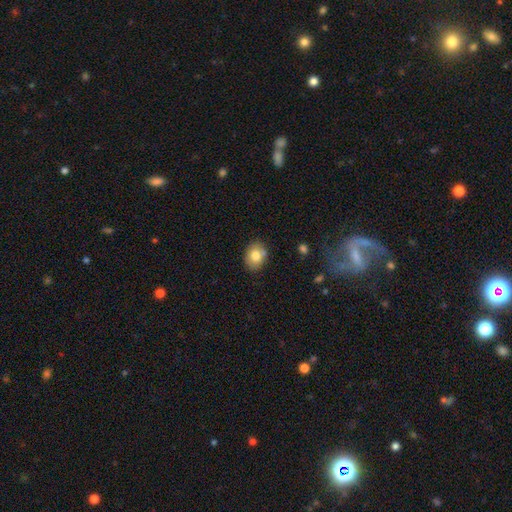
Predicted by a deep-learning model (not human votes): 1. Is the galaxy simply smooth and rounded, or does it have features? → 79% smooth, 12% featured or disk, 9% star or artifact.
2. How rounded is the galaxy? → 56% in between, 43% round, 1% cigar-shaped.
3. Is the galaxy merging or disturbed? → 77% none, 14% minor disturbance, 6% merger, 3% major disturbance.